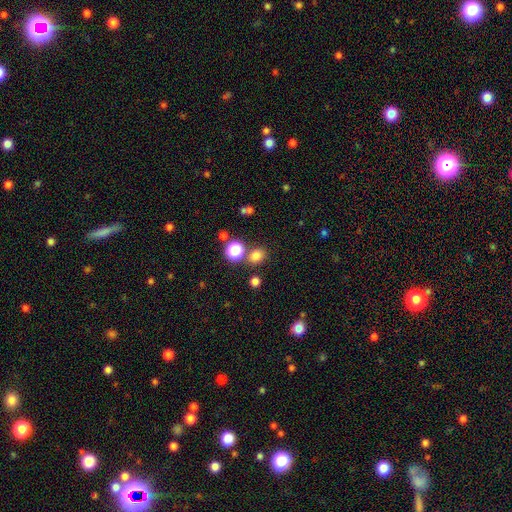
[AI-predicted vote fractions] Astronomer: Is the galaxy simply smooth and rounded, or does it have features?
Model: smooth — 76%.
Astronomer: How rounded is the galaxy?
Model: round — 68%.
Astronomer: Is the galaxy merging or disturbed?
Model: none — 74%.